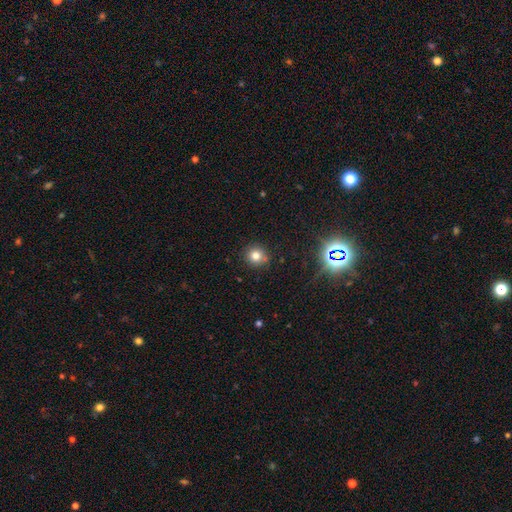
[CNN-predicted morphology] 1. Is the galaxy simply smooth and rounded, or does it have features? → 77% smooth, 15% star or artifact, 8% featured or disk.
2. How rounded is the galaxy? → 89% round, 10% in between, 1% cigar-shaped.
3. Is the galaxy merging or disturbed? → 85% none, 10% minor disturbance, 2% major disturbance, 2% merger.